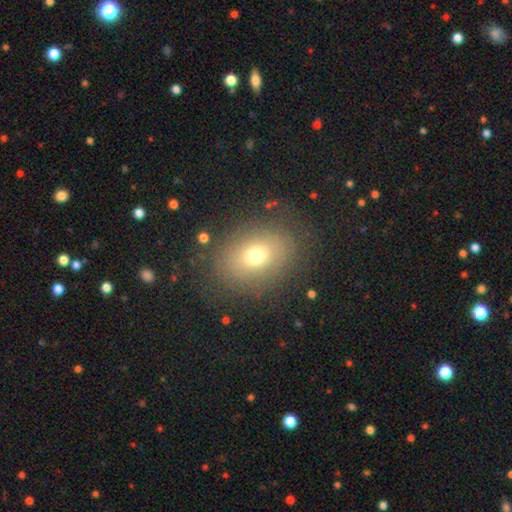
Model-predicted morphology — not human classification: This appears to be a smooth galaxy with no disk features (69%) that is in between round and cigar-shaped (60%). Merging: none (79%).